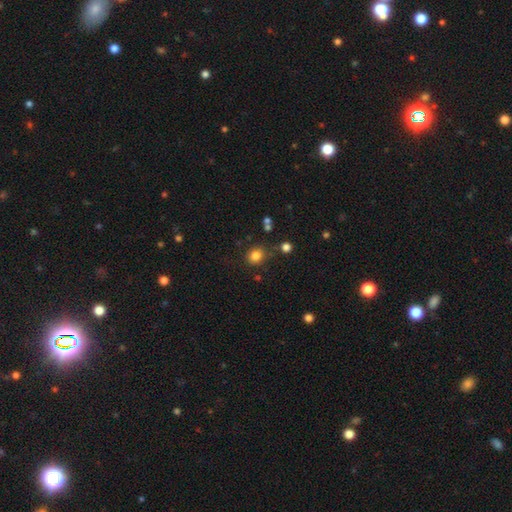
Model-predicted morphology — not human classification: smooth 82%, star or artifact 13%, featured or disk 5%. Down the decision tree: how rounded — round (77%); merging — none (77%).